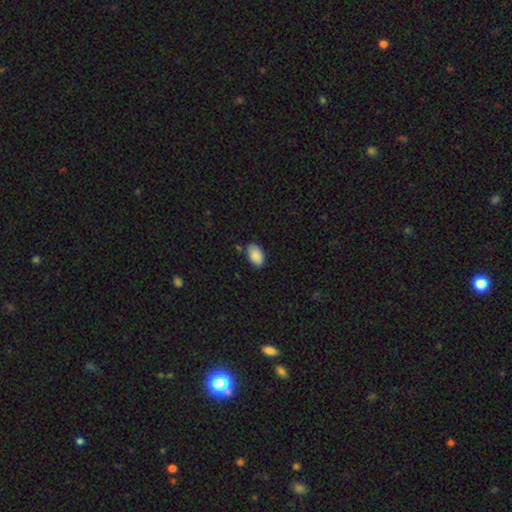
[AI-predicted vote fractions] This appears to be a smooth galaxy with no disk features (89%) that is in between round and cigar-shaped (94%). Merging: none (80%).